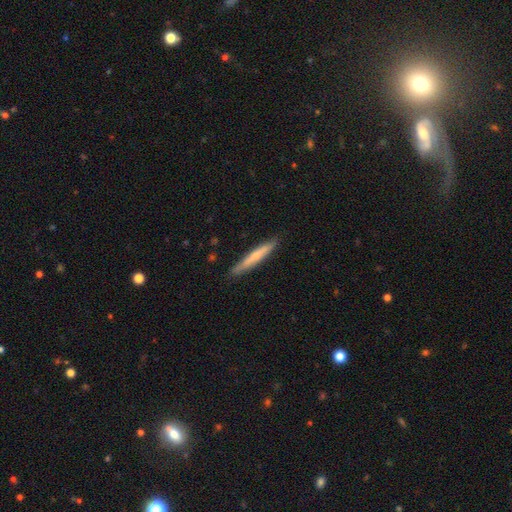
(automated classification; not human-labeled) smooth-or-featured: smooth: 56% | featured or disk: 38% | star or artifact: 6%
  how-rounded: cigar-shaped: 95% | in between: 4% | round: 1%
  merging: none: 87% | minor disturbance: 10% | major disturbance: 2% | merger: 1%